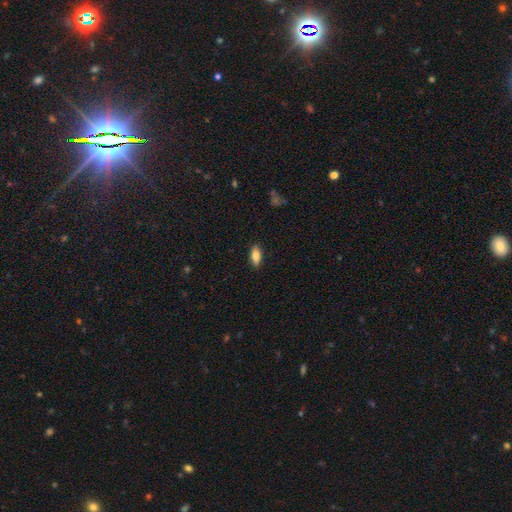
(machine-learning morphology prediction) Smooth or featured?
  - smooth: 84% *
  - featured or disk: 9%
  - star or artifact: 7%
How rounded?
  - in between: 86% *
  - cigar-shaped: 12%
  - round: 3%
Merging?
  - none: 88% *
  - minor disturbance: 9%
  - major disturbance: 2%
  - merger: 1%